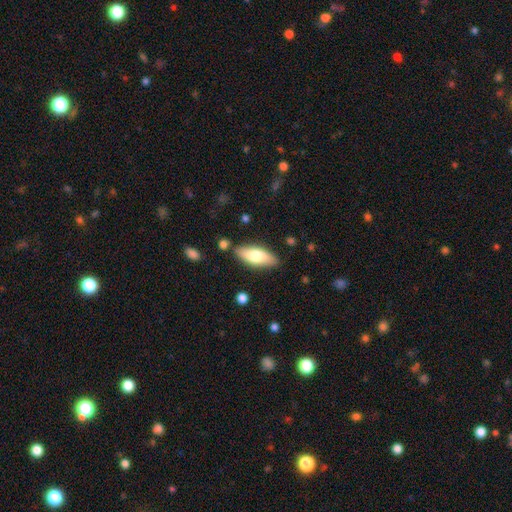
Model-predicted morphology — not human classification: This is likely a smooth galaxy (70%). How rounded: likely in between (75%). Merging: clearly none (83%).